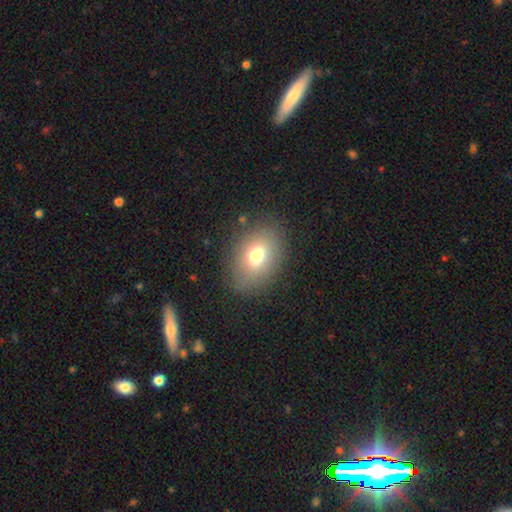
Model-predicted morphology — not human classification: type=smooth (72%); roundness=in between (75%); merging=none (82%).